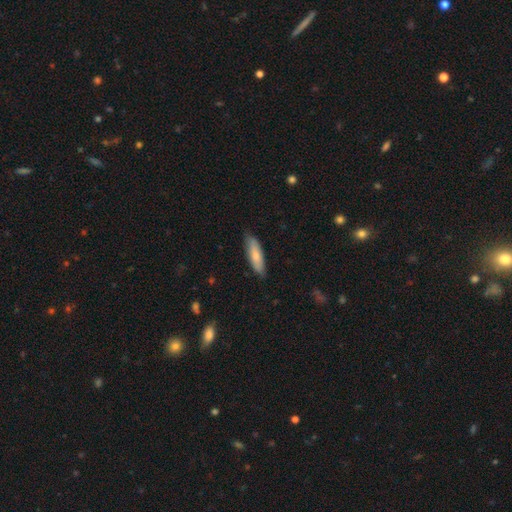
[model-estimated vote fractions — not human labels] Smooth or featured: smooth — 76% (featured or disk — 19%)
How rounded: cigar-shaped — 57% (in between — 41%)
Merging: none — 82% (minor disturbance — 15%)